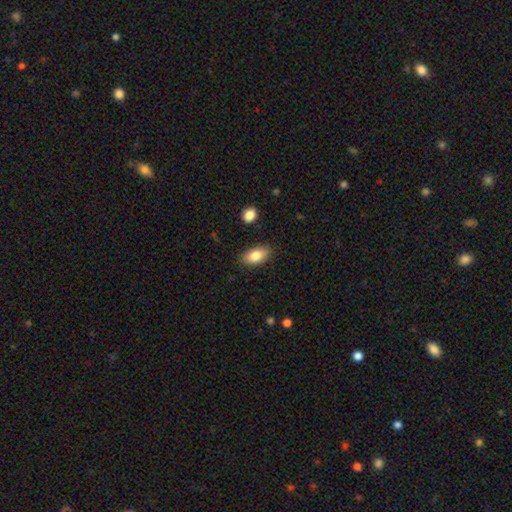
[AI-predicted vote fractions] This appears to be a smooth galaxy with no disk features (82%) that is in between round and cigar-shaped (91%). Merging: none (86%).